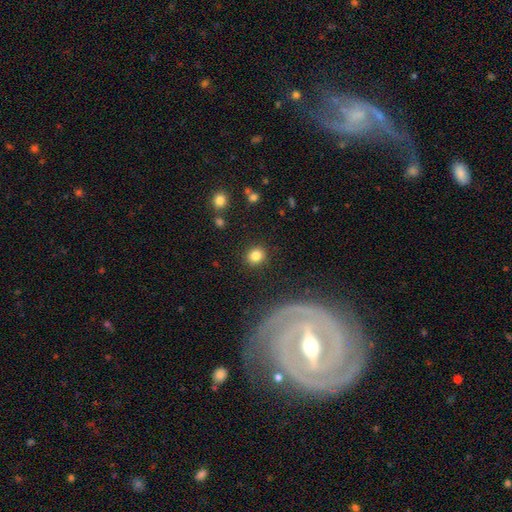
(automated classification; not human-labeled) This appears to be a smooth galaxy with no disk features (83%) that is round (81%). Merging: none (89%).